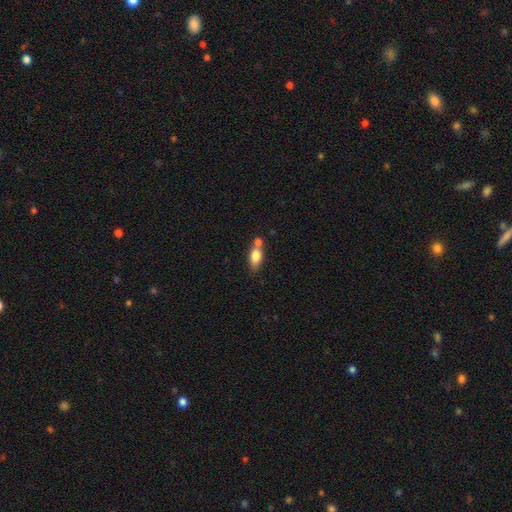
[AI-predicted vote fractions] Morphology: type=smooth (77%); roundness=in between (80%); merging=none (44%).